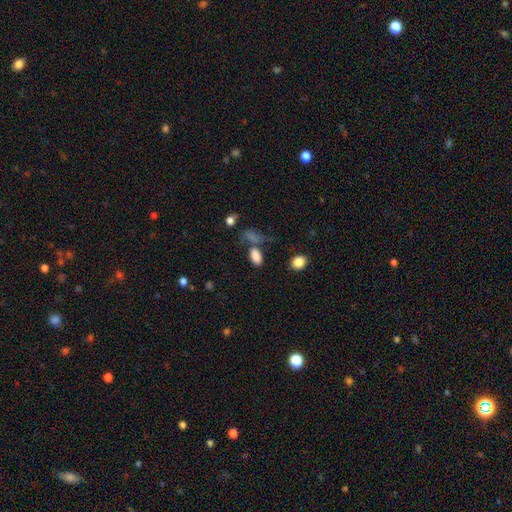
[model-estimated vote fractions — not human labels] Smooth or featured? Predicted: smooth (p=0.85). How rounded? Predicted: in between (p=0.90). Merging? Predicted: none (p=0.55).